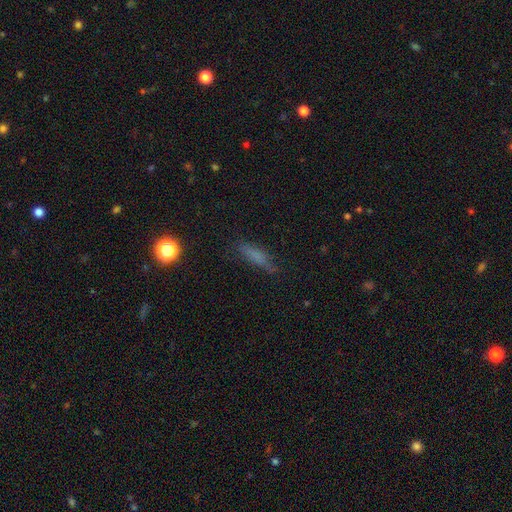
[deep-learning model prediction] Smooth or featured: smooth — 64% (featured or disk — 22%)
How rounded: cigar-shaped — 73% (in between — 24%)
Merging: none — 73% (minor disturbance — 19%)